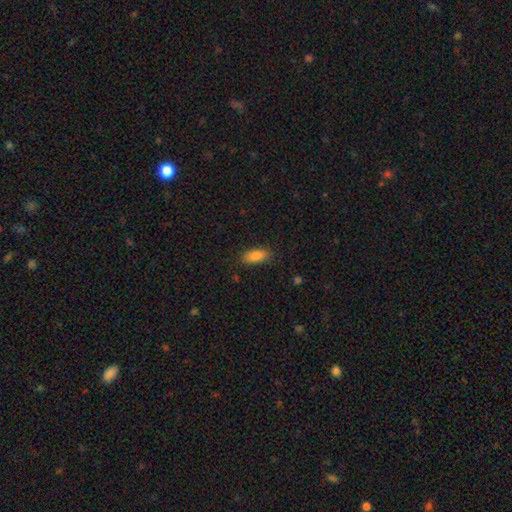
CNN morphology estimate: Smooth or featured: smooth — 86% (star or artifact — 8%)
How rounded: in between — 83% (cigar-shaped — 14%)
Merging: none — 85% (minor disturbance — 11%)